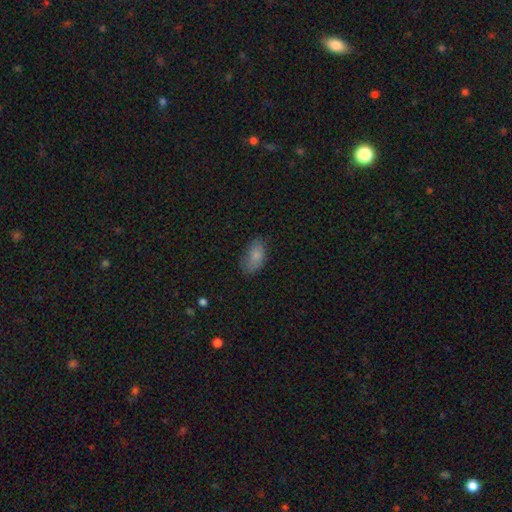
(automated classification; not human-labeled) A smooth galaxy with no disk features (81%) that is in between round and cigar-shaped (92%). Merging: none (69%).